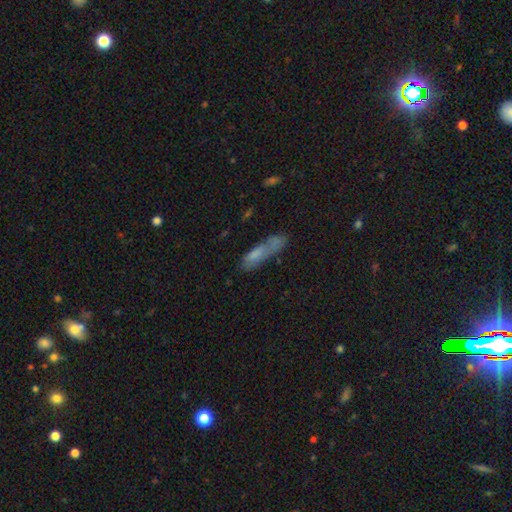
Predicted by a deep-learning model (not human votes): Smooth or featured? Predicted: smooth (p=0.67). How rounded? Predicted: cigar-shaped (p=0.64). Merging? Predicted: none (p=0.43).